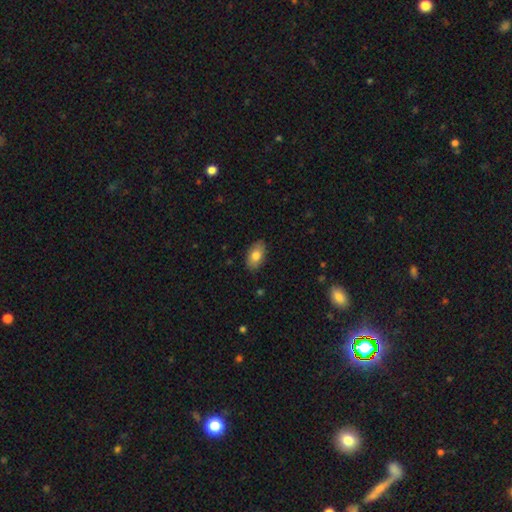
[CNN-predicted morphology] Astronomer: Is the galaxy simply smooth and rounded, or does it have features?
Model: smooth — 80%.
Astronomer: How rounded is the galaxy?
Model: in between — 92%.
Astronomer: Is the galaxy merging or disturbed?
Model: none — 87%.